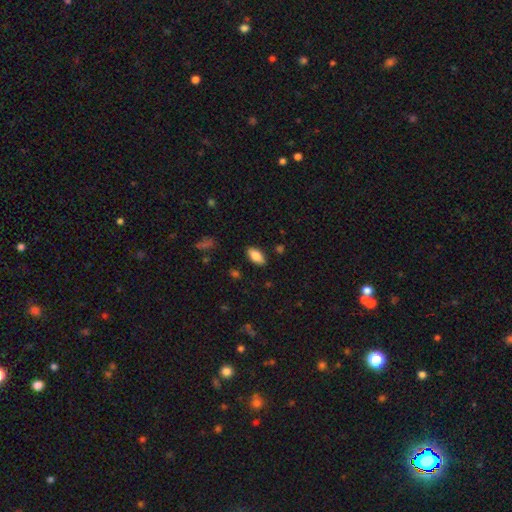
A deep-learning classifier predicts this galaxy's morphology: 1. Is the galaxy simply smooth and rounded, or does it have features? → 83% smooth, 9% featured or disk, 7% star or artifact.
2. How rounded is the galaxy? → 90% in between, 7% cigar-shaped, 2% round.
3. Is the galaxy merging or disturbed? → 87% none, 9% minor disturbance, 2% major disturbance, 1% merger.